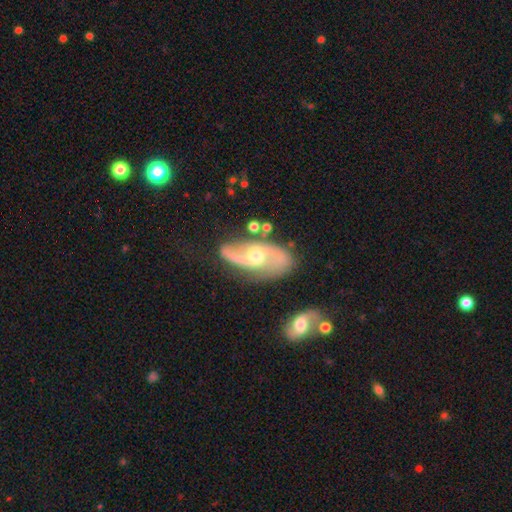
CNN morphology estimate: This appears to be a featured or disk galaxy (86%) with no bar (50%), 2 (89%) loose (51%) spiral arms (95%) and a moderate central bulge (69%). Merging: none (64%).